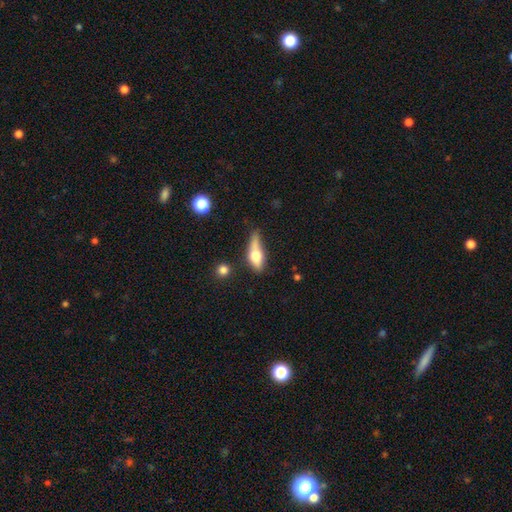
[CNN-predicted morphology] smooth_or_featured: smooth (p=0.62) [alt: featured or disk p=0.30]
how_rounded: in between (p=0.58) [alt: cigar-shaped p=0.36]
merging: none (p=0.38) [alt: minor disturbance p=0.31]